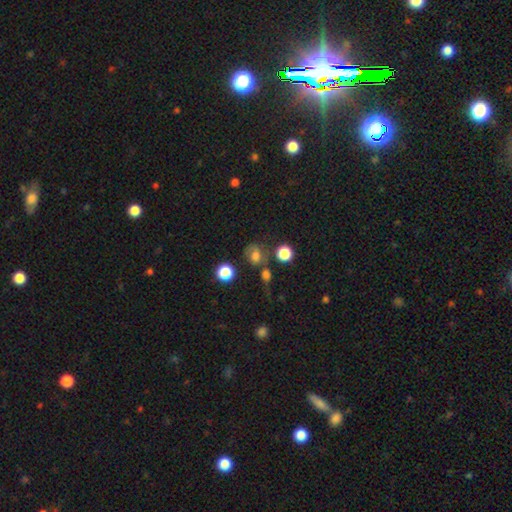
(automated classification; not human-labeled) Q: Smooth or featured?
A: smooth (64%); runner-up: star or artifact (19%)
Q: How rounded?
A: round (64%); runner-up: in between (35%)
Q: Merging?
A: none (53%); runner-up: minor disturbance (19%)